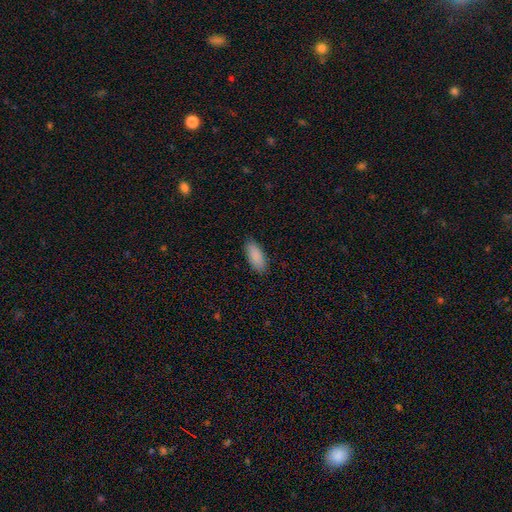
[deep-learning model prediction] The model was most divided on "how rounded": in between: 86%, cigar-shaped: 12%, round: 2%. More confident: smooth or featured — smooth (89%); merging — none (86%).